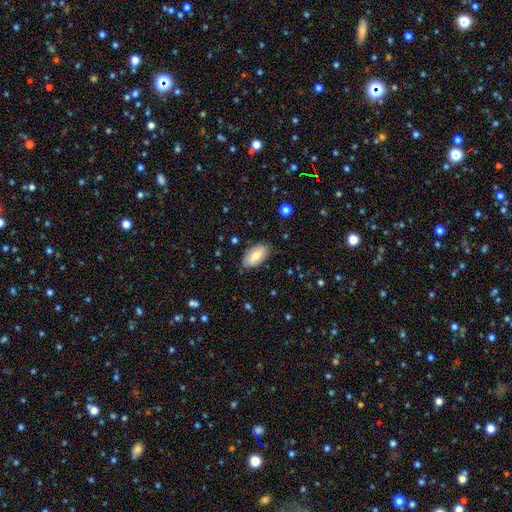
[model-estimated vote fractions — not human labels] smooth-or-featured: smooth: 69% | featured or disk: 24% | star or artifact: 7%
  how-rounded: in between: 94% | cigar-shaped: 3% | round: 3%
  merging: none: 80% | minor disturbance: 16% | major disturbance: 3% | merger: 1%